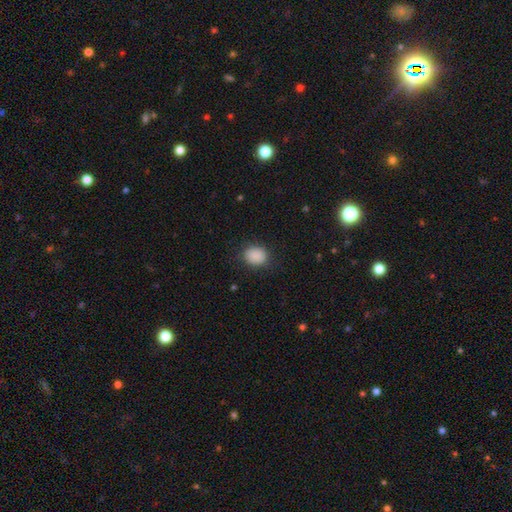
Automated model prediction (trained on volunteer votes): Smooth or featured?
  - smooth: 89% *
  - star or artifact: 8%
  - featured or disk: 3%
How rounded?
  - round: 56% *
  - in between: 43%
  - cigar-shaped: 1%
Merging?
  - none: 84% *
  - minor disturbance: 11%
  - major disturbance: 4%
  - merger: 1%